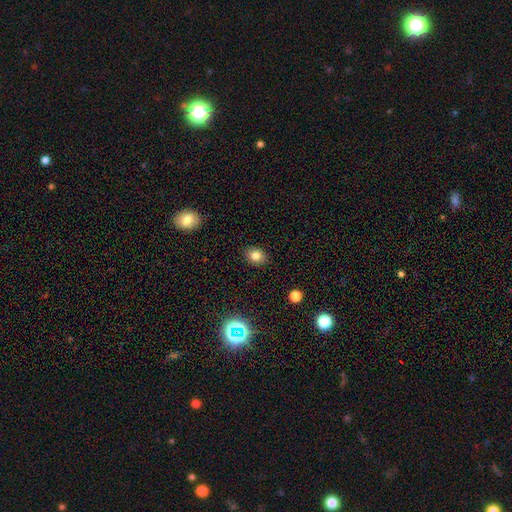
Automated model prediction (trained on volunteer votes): Q: Smooth or featured?
A: smooth (79%); runner-up: star or artifact (13%)
Q: How rounded?
A: in between (53%); runner-up: round (46%)
Q: Merging?
A: none (88%); runner-up: minor disturbance (8%)